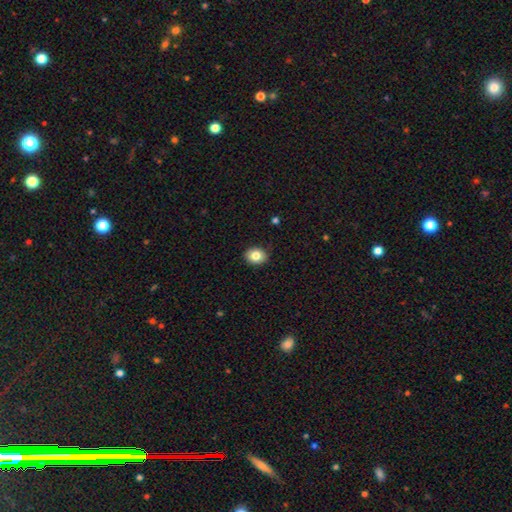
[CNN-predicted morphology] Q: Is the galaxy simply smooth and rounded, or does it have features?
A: smooth — 82%.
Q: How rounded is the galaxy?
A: round — 51%.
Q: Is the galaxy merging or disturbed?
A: none — 89%.